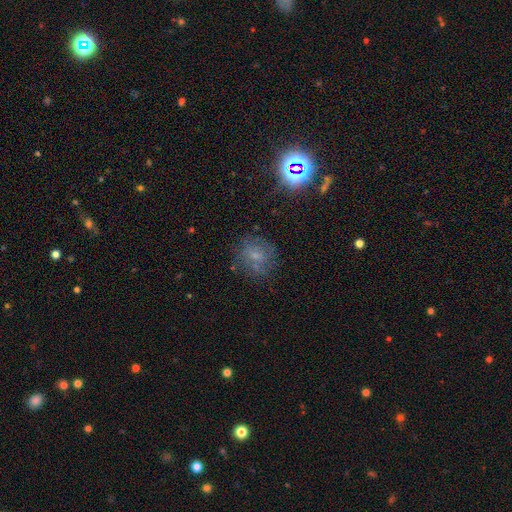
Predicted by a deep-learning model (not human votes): This is marginally a smooth galaxy (42%). Merging: likely none (69%).